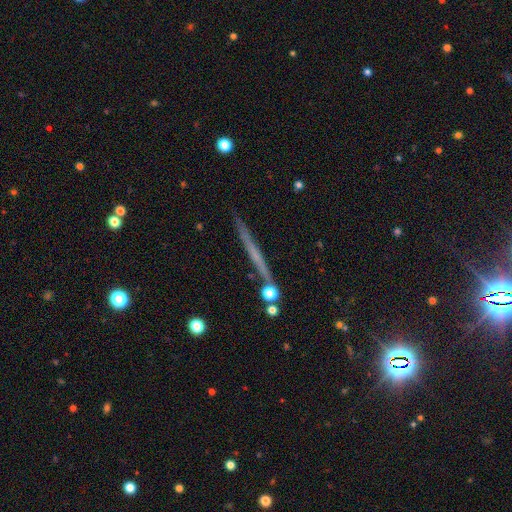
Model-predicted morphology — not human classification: Smooth or featured?
  - featured or disk: 55% *
  - smooth: 36%
  - star or artifact: 9%
Edge-on disk?
  - yes: 97% *
  - no: 3%
Edge-on bulge?
  - none: 85% *
  - rounded: 10%
  - boxy: 4%
Merging?
  - none: 87% *
  - minor disturbance: 8%
  - merger: 3%
  - major disturbance: 2%